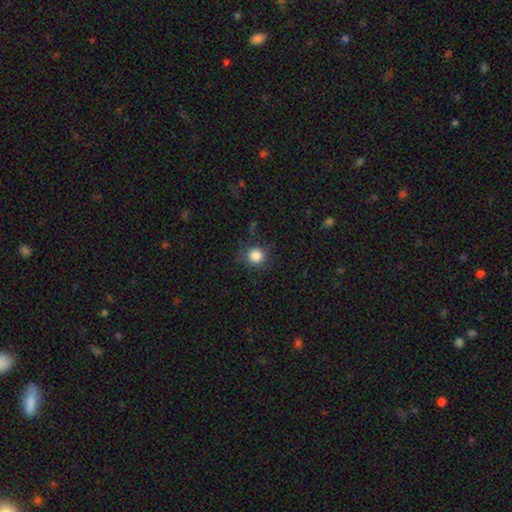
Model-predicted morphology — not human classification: type=smooth (85%); roundness=round (91%); merging=none (80%).